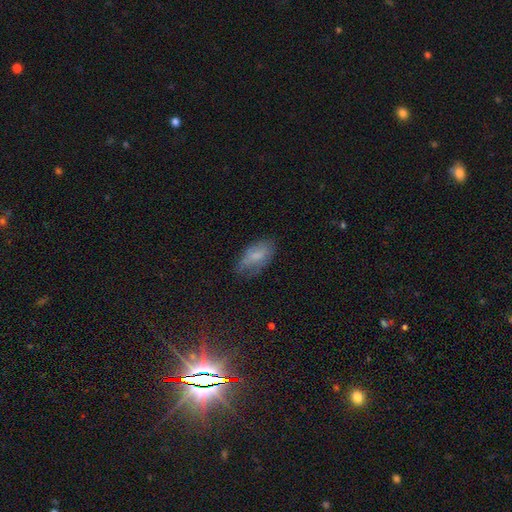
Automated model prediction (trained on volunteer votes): Smooth or featured? smooth (69%)
How rounded? in between (92%)
Merging? none (60%)